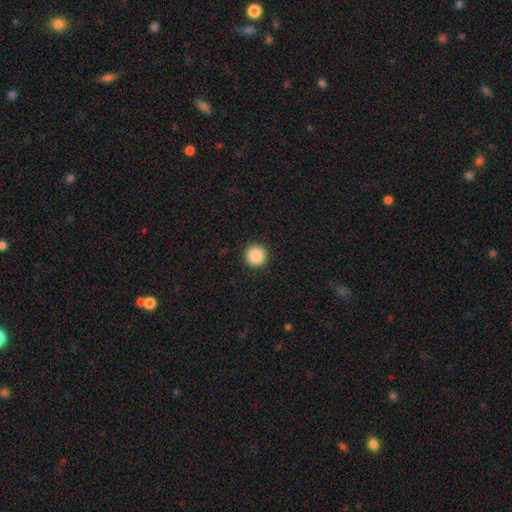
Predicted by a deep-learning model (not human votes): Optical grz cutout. It shows a smooth galaxy with no disk features (88%) that is round (96%). Merging: none (93%).